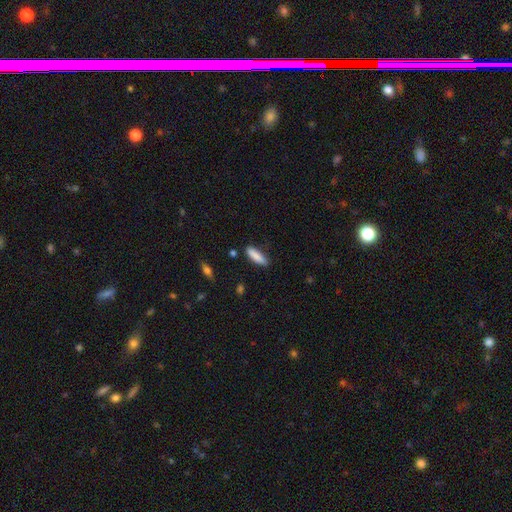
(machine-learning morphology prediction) smooth_or_featured: smooth (p=0.86) [alt: featured or disk p=0.08]
how_rounded: cigar-shaped (p=0.62) [alt: in between p=0.36]
merging: none (p=0.81) [alt: minor disturbance p=0.14]